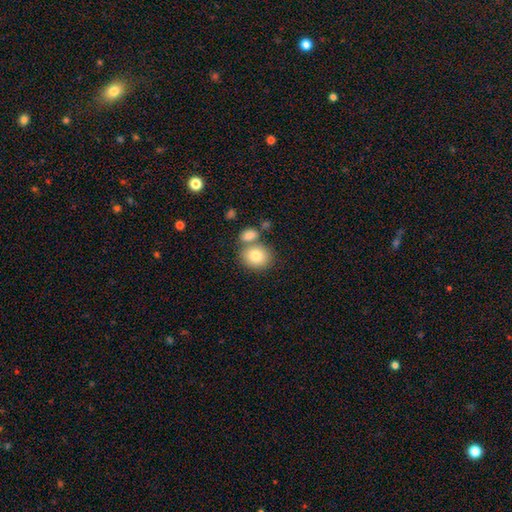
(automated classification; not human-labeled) Smooth or featured: smooth — 80% (featured or disk — 11%)
How rounded: round — 67% (in between — 32%)
Merging: none — 57% (merger — 29%)